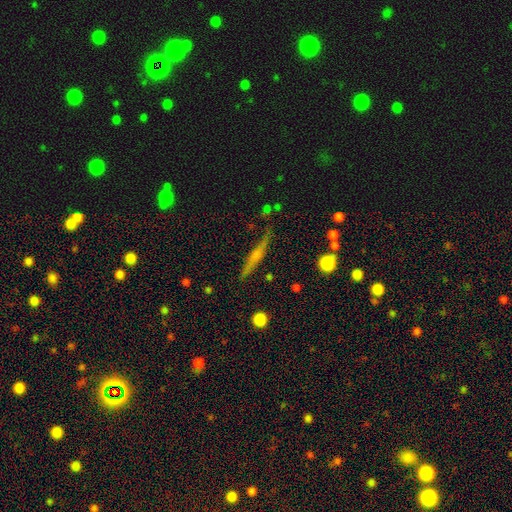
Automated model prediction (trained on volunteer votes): Smooth or featured? featured or disk (53%)
Edge-on disk? yes (94%)
Merging? none (81%)